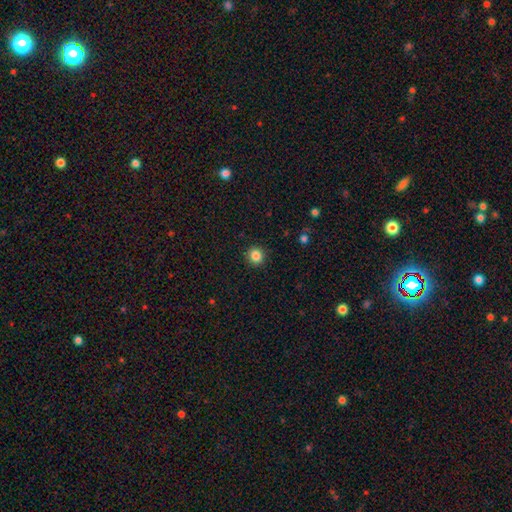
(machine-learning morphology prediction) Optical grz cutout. It shows a smooth galaxy with no disk features (85%) that is round (92%). Merging: none (91%).